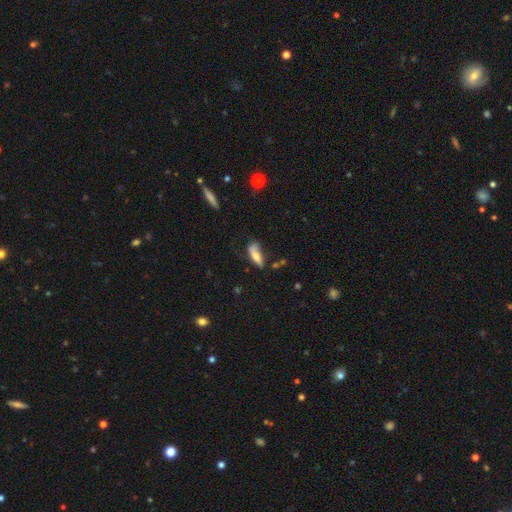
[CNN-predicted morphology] smooth-or-featured: smooth: 67% | featured or disk: 25% | star or artifact: 8%
  how-rounded: in between: 56% | cigar-shaped: 41% | round: 2%
  merging: none: 42% | minor disturbance: 33% | major disturbance: 18% | merger: 8%